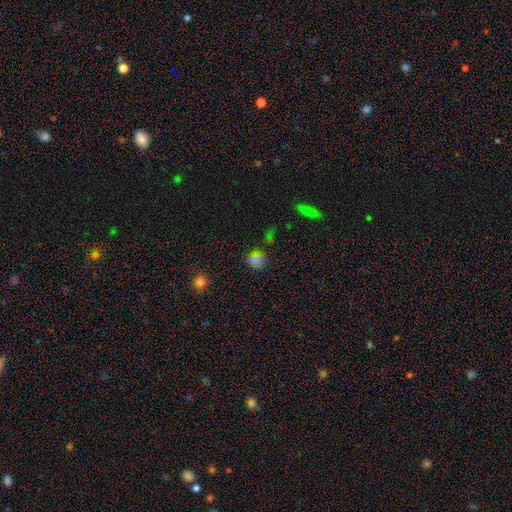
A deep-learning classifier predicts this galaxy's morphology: Smooth or featured: smooth — 50% (star or artifact — 42%)
How rounded: round — 78% (in between — 19%)
Merging: none — 82% (minor disturbance — 11%)